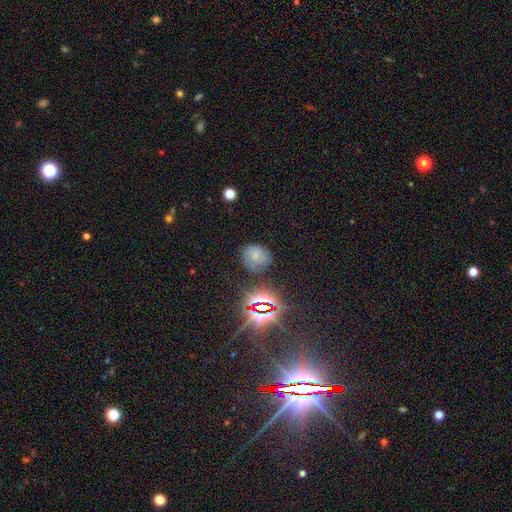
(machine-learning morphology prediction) This appears to be a smooth galaxy with no disk features (49%). Merging: none (70%).